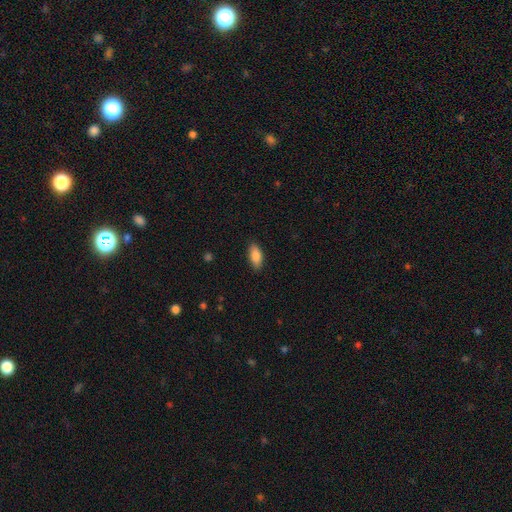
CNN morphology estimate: This appears to be a smooth galaxy with no disk features (85%) that is in between round and cigar-shaped (85%). Merging: none (86%).